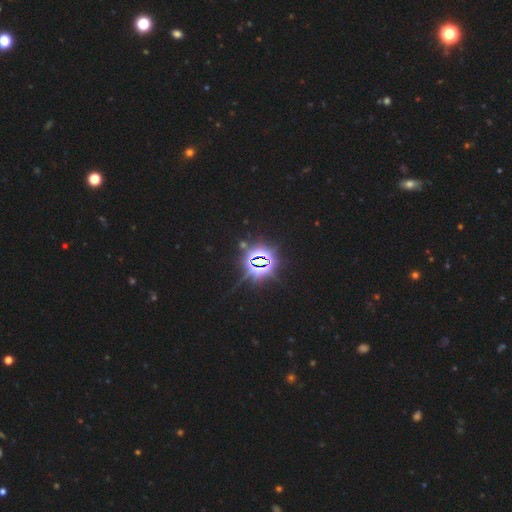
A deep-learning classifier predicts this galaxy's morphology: type=star or artifact (84%).